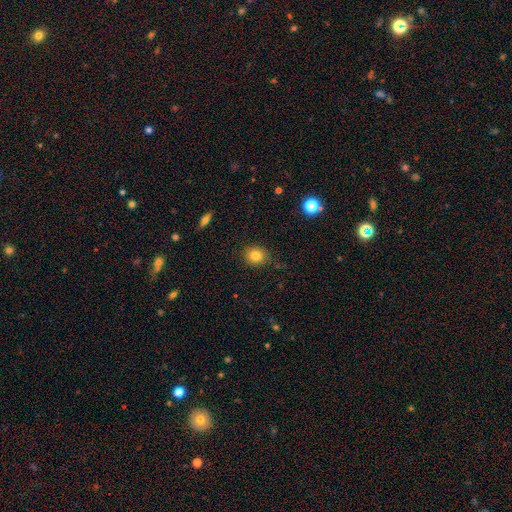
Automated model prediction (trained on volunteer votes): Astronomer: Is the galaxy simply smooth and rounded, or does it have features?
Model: smooth — 82%.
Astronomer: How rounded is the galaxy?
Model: round — 79%.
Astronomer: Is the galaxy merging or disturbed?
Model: none — 83%.